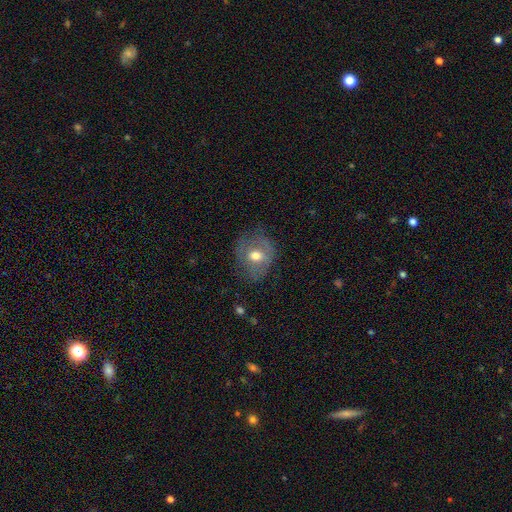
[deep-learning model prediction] Smooth or featured? Predicted: smooth (p=0.54). How rounded? Predicted: round (p=0.57). Merging? Predicted: none (p=0.60).